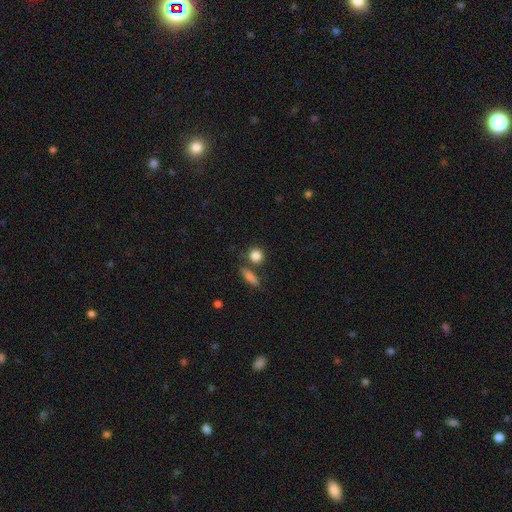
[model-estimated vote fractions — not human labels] This appears to be a smooth galaxy with no disk features (86%) that is round (81%). Merging: none (71%).